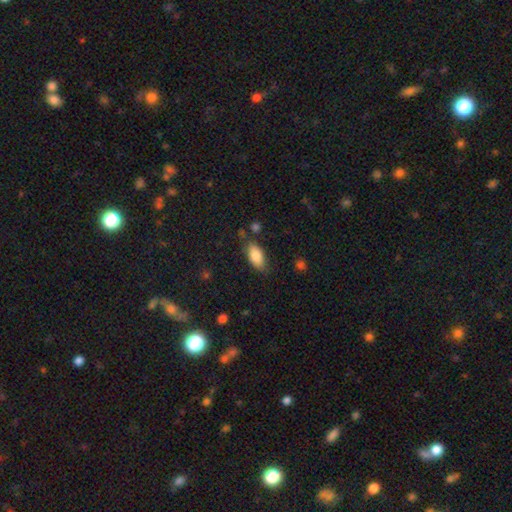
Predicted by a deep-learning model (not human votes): This is clearly a smooth galaxy (84%). How rounded: clearly in between (90%). Merging: likely none (76%).